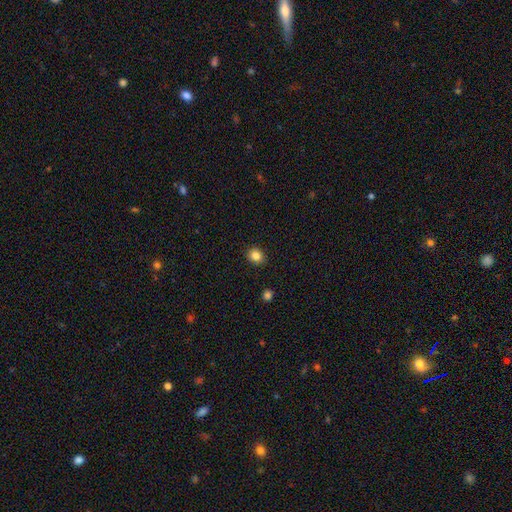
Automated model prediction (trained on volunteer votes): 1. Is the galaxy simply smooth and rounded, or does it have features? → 84% smooth, 11% star or artifact, 5% featured or disk.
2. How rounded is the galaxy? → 66% round, 33% in between, 1% cigar-shaped.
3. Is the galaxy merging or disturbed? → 90% none, 7% minor disturbance, 2% major disturbance, 1% merger.